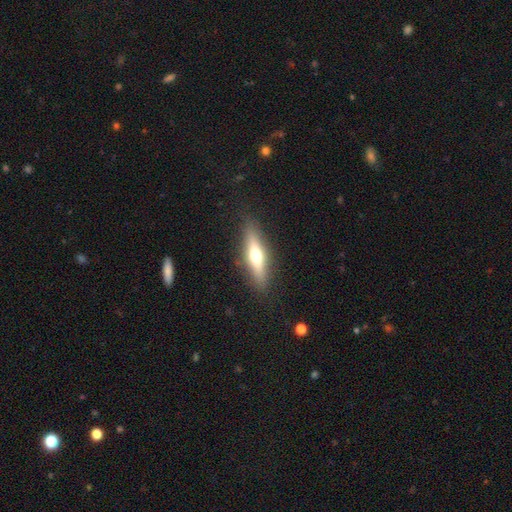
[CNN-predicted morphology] type=smooth (48%); merging=none (87%).